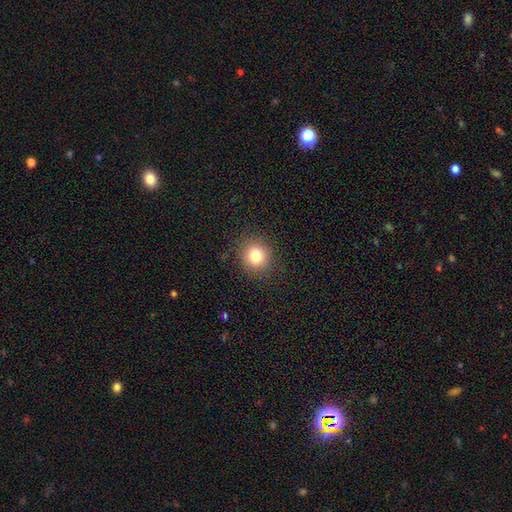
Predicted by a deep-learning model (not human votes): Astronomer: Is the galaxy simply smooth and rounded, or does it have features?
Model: smooth — 81%.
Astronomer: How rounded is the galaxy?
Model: round — 86%.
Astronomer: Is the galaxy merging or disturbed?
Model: none — 88%.